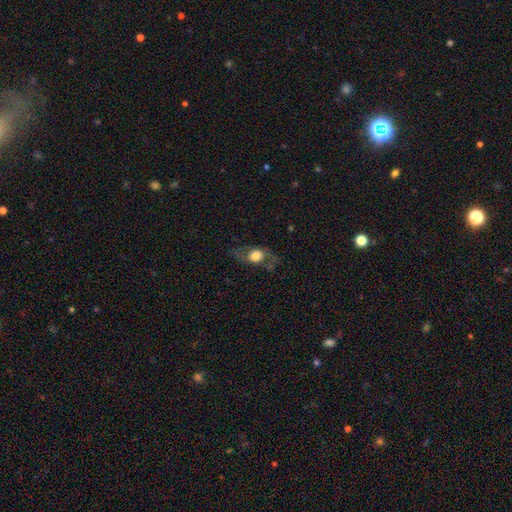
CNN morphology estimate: featured or disk 48%, smooth 44%, star or artifact 8%. Down the decision tree: merging — none (66%).